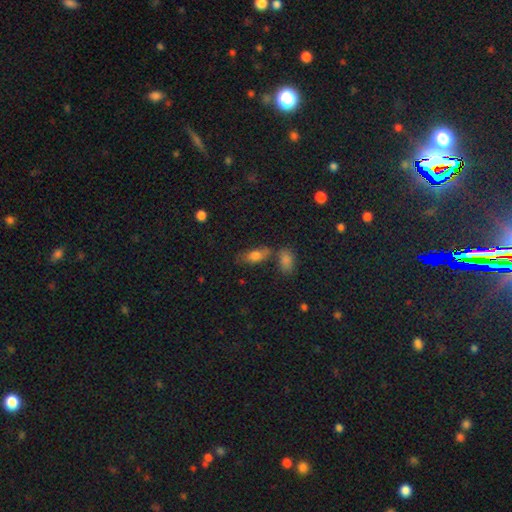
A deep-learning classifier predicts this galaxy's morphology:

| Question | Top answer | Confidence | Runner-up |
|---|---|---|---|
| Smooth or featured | smooth | 77% | featured or disk (13%) |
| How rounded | in between | 85% | cigar-shaped (11%) |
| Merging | none | 56% | merger (22%) |